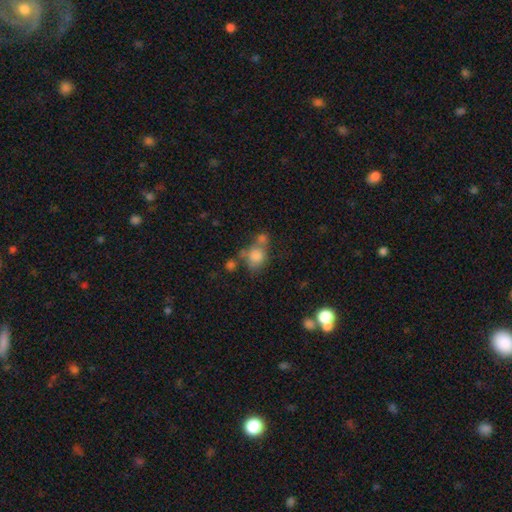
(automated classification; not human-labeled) Smooth or featured? smooth (77%)
How rounded? round (59%)
Merging? merger (42%)